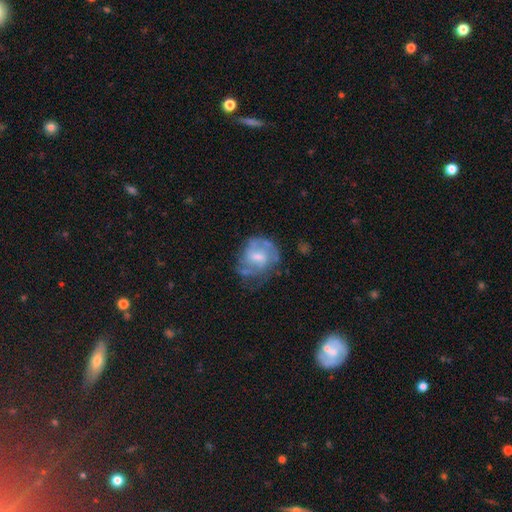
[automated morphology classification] smooth_or_featured: featured or disk (p=0.73) [alt: smooth p=0.20]
disk_edge_on: no (p=0.98) [alt: yes p=0.02]
bar: weak (p=0.53) [alt: no p=0.36]
has_spiral_arms: yes (p=0.85) [alt: no p=0.15]
spiral_winding: medium (p=0.45) [alt: tight p=0.38]
spiral_arm_count: 2 (p=0.45) [alt: can't tell p=0.28]
bulge_size: moderate (p=0.47) [alt: small p=0.38]
merging: none (p=0.56) [alt: minor disturbance p=0.25]